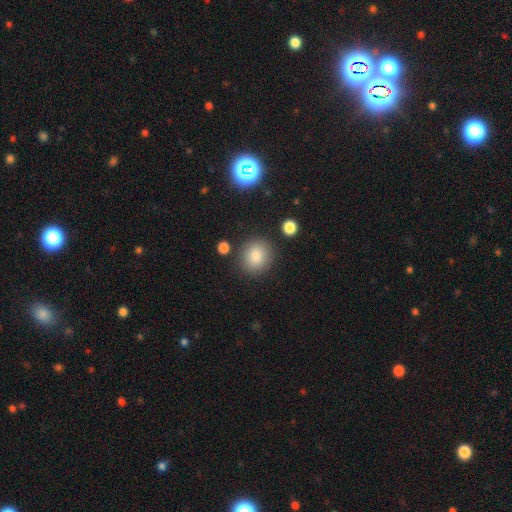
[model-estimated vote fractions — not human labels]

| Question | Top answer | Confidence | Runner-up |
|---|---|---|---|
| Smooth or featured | smooth | 82% | star or artifact (12%) |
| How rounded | round | 81% | in between (17%) |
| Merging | none | 86% | minor disturbance (8%) |